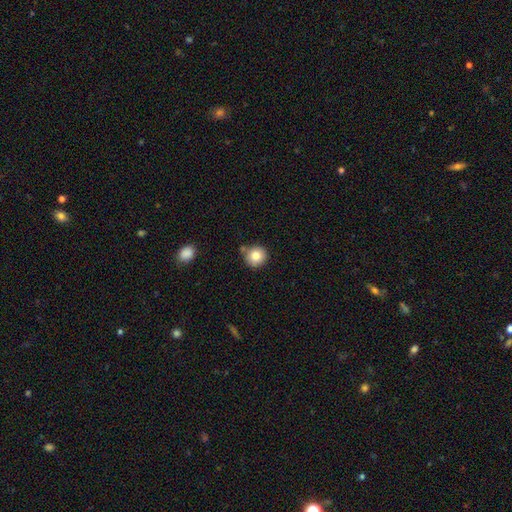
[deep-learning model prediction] smooth-or-featured: smooth: 82% | star or artifact: 10% | featured or disk: 8%
  how-rounded: round: 92% | in between: 7% | cigar-shaped: 1%
  merging: none: 74% | minor disturbance: 14% | merger: 9% | major disturbance: 3%